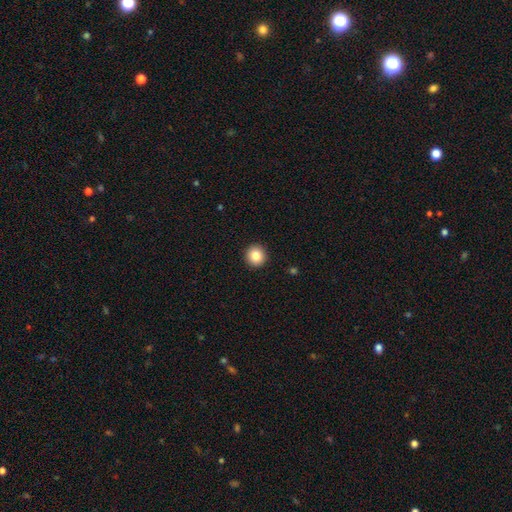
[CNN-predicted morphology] smooth-or-featured: smooth: 85% | star or artifact: 9% | featured or disk: 5%
  how-rounded: round: 95% | in between: 4% | cigar-shaped: 1%
  merging: none: 93% | minor disturbance: 4% | major disturbance: 1% | merger: 1%